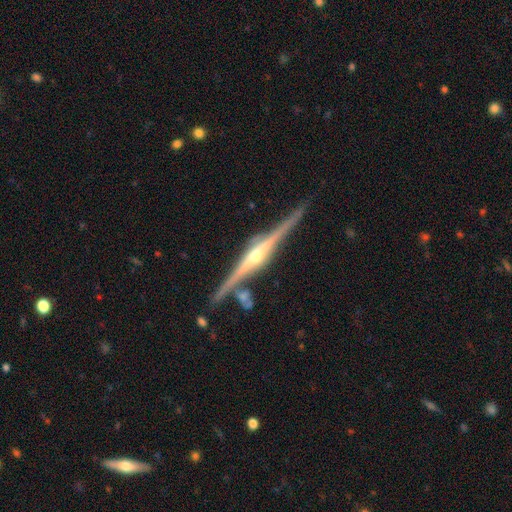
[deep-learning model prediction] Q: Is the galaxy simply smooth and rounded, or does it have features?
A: featured or disk — 90%.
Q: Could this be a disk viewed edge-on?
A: yes — 98%.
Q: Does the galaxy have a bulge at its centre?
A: rounded — 84%.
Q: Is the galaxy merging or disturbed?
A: none — 85%.